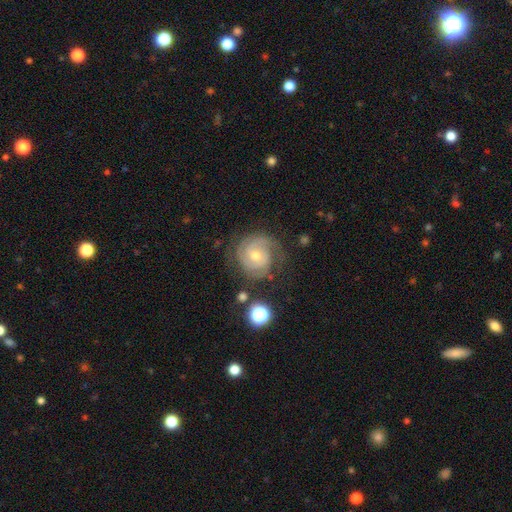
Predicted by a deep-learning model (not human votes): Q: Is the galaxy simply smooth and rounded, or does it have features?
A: featured or disk — 80%.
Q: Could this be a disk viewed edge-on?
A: no — 98%.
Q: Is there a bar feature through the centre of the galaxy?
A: no — 64%.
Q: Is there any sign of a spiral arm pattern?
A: yes — 95%.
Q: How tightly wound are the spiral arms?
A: tight — 65%.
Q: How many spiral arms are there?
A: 2 — 43%.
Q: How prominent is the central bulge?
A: moderate — 53%.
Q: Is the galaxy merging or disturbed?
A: none — 66%.